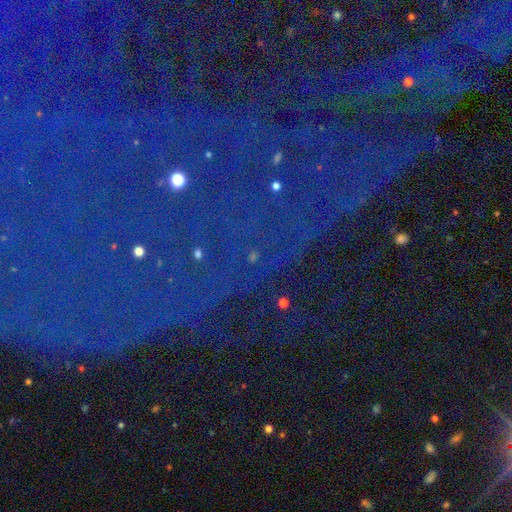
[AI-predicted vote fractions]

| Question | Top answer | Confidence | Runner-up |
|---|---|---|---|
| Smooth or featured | star or artifact | 86% | featured or disk (7%) |